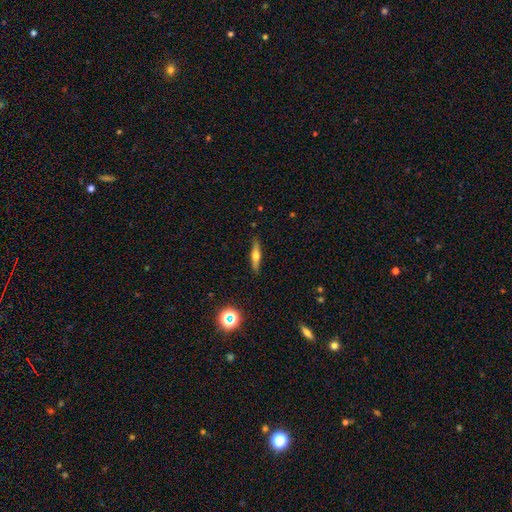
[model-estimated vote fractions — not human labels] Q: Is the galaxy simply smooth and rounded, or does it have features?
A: featured or disk — 51%.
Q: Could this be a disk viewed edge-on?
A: yes — 93%.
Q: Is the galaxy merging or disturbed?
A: none — 88%.